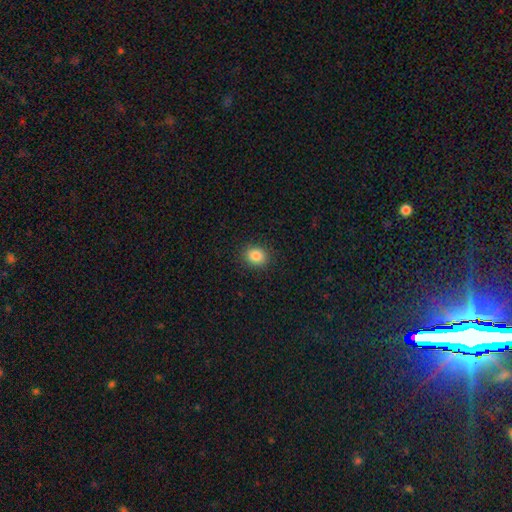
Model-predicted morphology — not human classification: smooth-or-featured: smooth: 85% | star or artifact: 10% | featured or disk: 5%
  how-rounded: round: 66% | in between: 34% | cigar-shaped: 1%
  merging: none: 90% | minor disturbance: 7% | major disturbance: 2% | merger: 1%